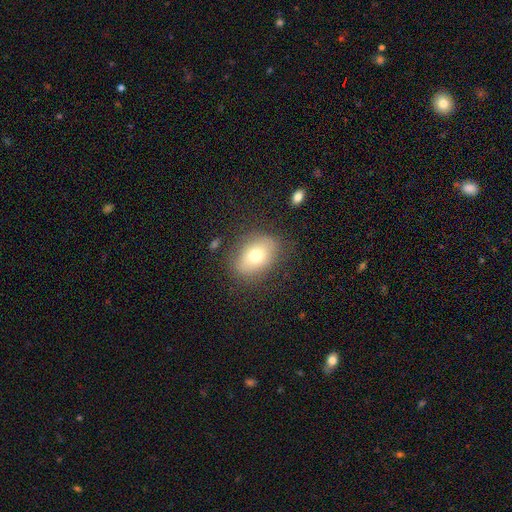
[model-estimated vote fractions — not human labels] This is likely a smooth galaxy (70%). How rounded: likely in between (72%). Merging: likely none (79%).